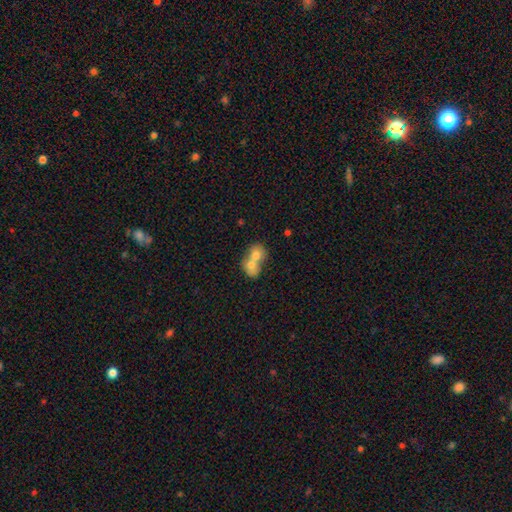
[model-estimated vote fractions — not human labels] This appears to be a smooth galaxy with no disk features (60%) that is round (57%). Merging: merger (68%).